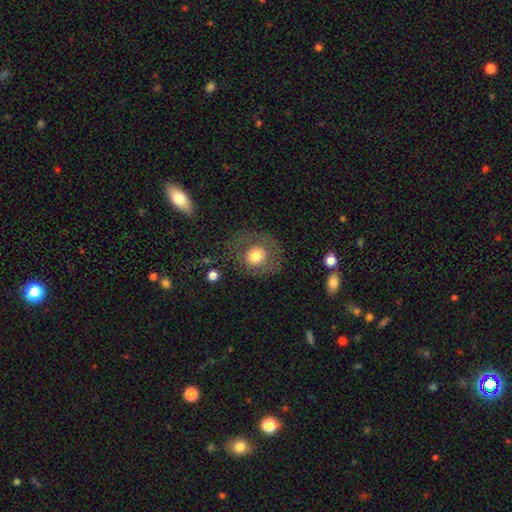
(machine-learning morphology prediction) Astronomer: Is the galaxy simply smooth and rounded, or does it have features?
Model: smooth — 67%.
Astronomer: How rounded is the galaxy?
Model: round — 79%.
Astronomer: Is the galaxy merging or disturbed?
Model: none — 64%.